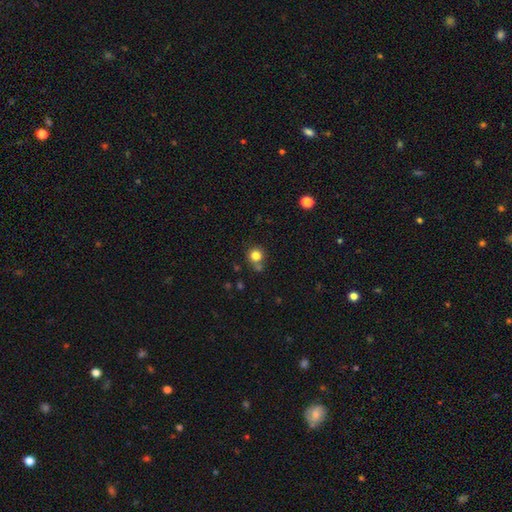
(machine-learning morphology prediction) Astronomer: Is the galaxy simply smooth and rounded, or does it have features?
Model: smooth — 81%.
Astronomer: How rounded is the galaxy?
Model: round — 91%.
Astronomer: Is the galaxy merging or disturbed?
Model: none — 67%.